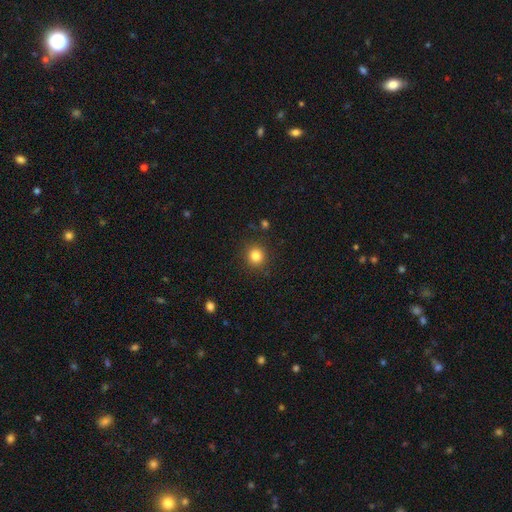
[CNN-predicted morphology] Overall: smooth (83%). How rounded: round (91%). Merging: none (90%).